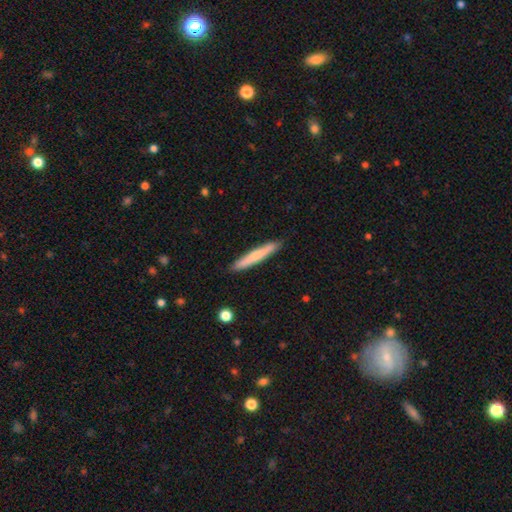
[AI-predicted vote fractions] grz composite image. It shows a smooth galaxy with no disk features (68%) that is cigar-shaped (95%). Merging: none (90%).